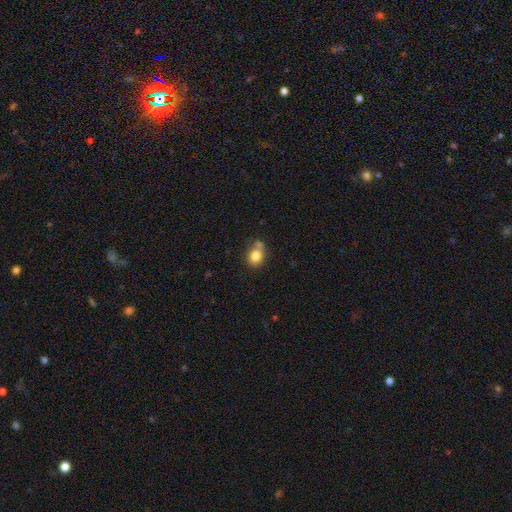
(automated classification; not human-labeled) smooth-or-featured: smooth: 81% | star or artifact: 10% | featured or disk: 9%
  how-rounded: round: 62% | in between: 37% | cigar-shaped: 1%
  merging: none: 57% | merger: 21% | minor disturbance: 17% | major disturbance: 5%